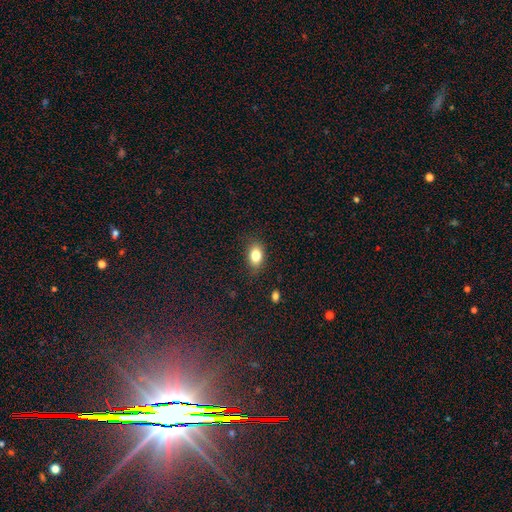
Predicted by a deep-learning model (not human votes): This is clearly a smooth galaxy (82%). How rounded: likely in between (79%). Merging: clearly none (81%).